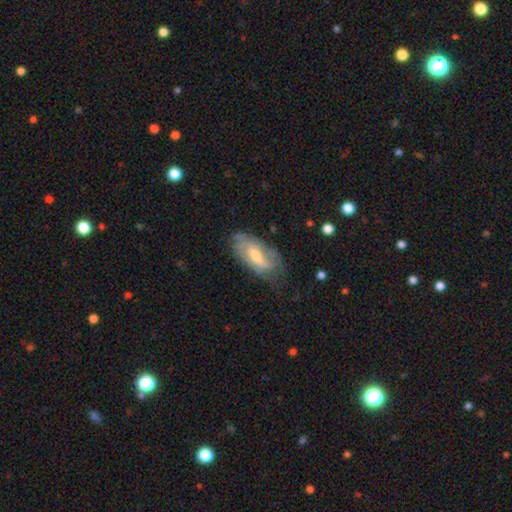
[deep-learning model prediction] This appears to be a featured or disk galaxy (64%) with a weak bar (50%), spiral arms (83%) and a moderate central bulge (53%). Merging: none (63%).